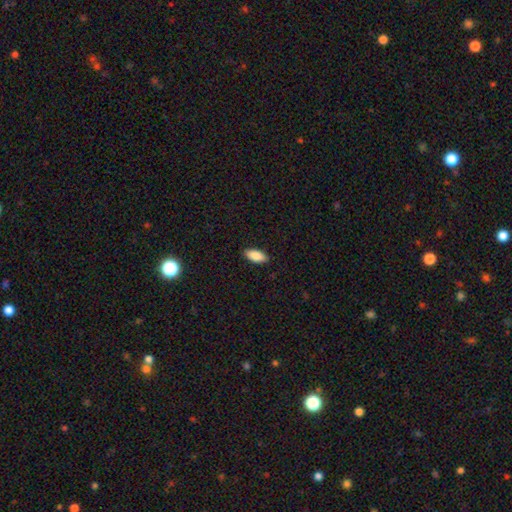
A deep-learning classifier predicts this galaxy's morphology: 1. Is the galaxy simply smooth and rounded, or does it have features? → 87% smooth, 6% star or artifact, 6% featured or disk.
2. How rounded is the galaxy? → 89% in between, 8% cigar-shaped, 2% round.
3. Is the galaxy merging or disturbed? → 89% none, 8% minor disturbance, 2% major disturbance, 1% merger.